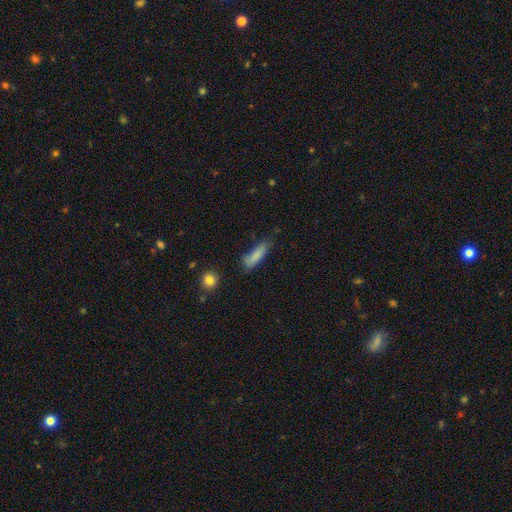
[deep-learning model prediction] smooth 83%, featured or disk 10%, star or artifact 7%. Down the decision tree: how rounded — cigar-shaped (58%); merging — none (67%).